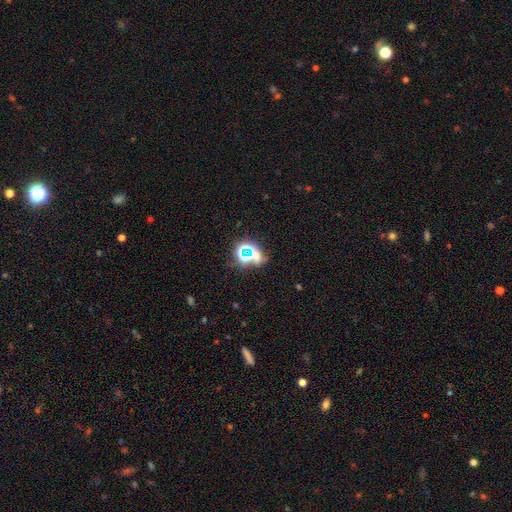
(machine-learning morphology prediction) smooth_or_featured: star or artifact (p=0.60) [alt: smooth p=0.27]